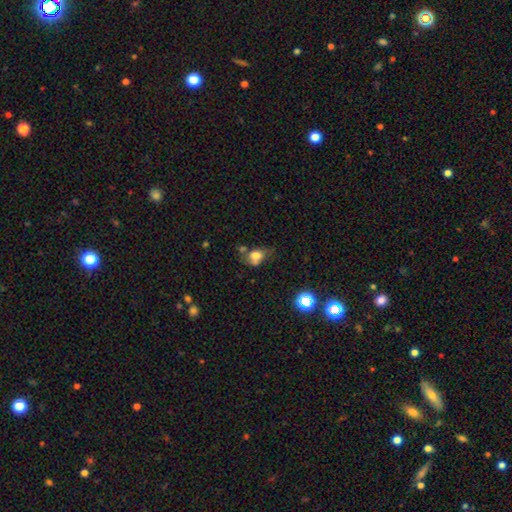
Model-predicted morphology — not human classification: type=smooth (69%); roundness=in between (59%); merging=none (31%).